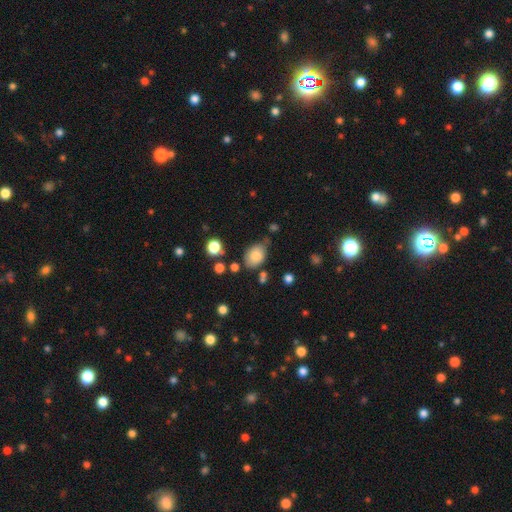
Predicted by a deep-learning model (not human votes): Smooth or featured?
  - smooth: 82% *
  - featured or disk: 9%
  - star or artifact: 9%
How rounded?
  - in between: 80% *
  - round: 19%
  - cigar-shaped: 1%
Merging?
  - none: 57% *
  - minor disturbance: 29%
  - major disturbance: 8%
  - merger: 7%